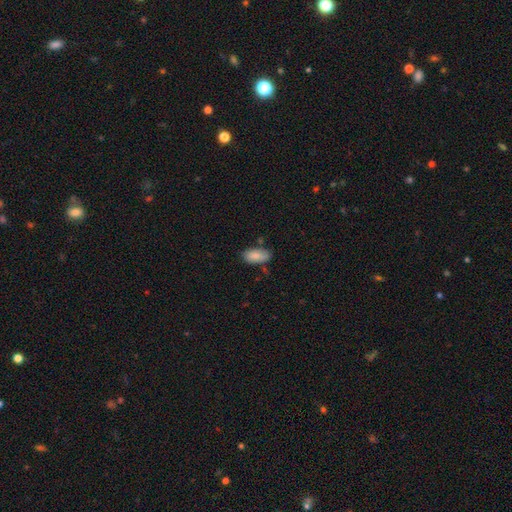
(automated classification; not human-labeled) smooth_or_featured: smooth (p=0.87) [alt: featured or disk p=0.07]
how_rounded: in between (p=0.91) [alt: cigar-shaped p=0.07]
merging: none (p=0.73) [alt: minor disturbance p=0.19]